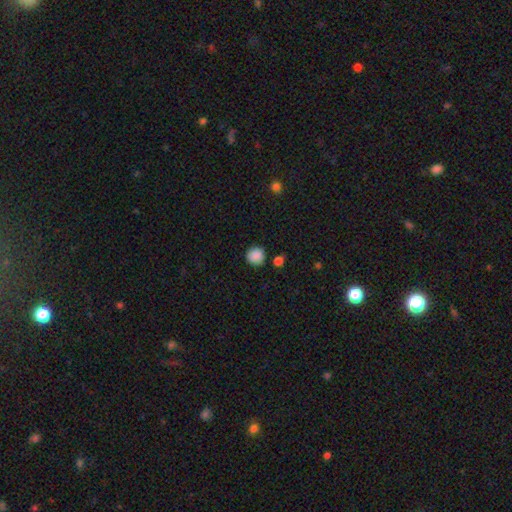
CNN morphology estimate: A smooth galaxy with no disk features (88%) that is round (92%). Merging: none (86%).